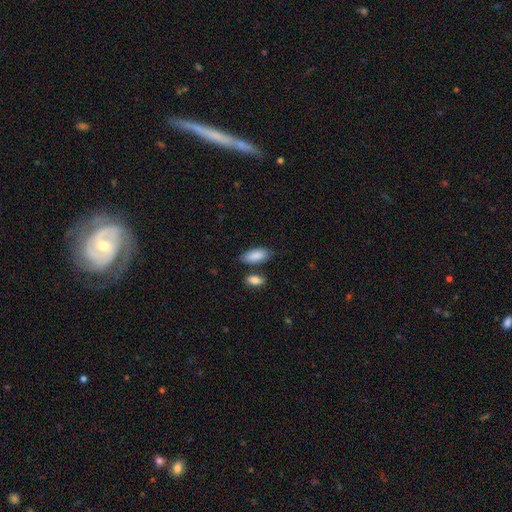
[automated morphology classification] Smooth or featured? smooth (87%)
How rounded? in between (88%)
Merging? none (66%)